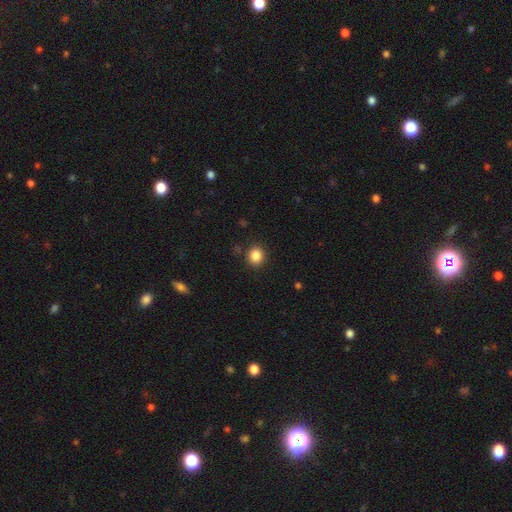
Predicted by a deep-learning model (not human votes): This is clearly a smooth galaxy (86%). How rounded: likely round (78%). Merging: clearly none (89%).